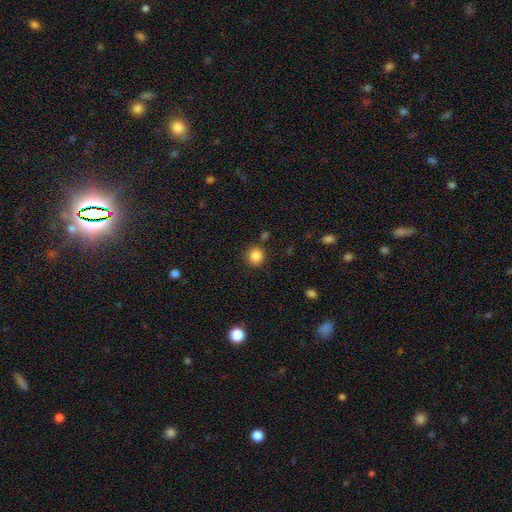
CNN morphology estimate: Q: Smooth or featured?
A: smooth (86%); runner-up: star or artifact (11%)
Q: How rounded?
A: round (92%); runner-up: in between (7%)
Q: Merging?
A: none (86%); runner-up: minor disturbance (7%)